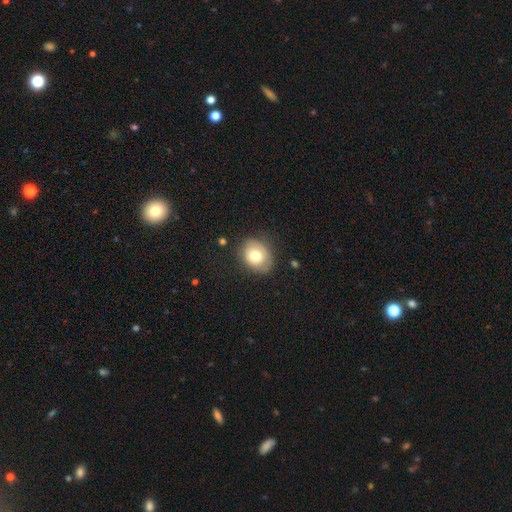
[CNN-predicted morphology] type=smooth (71%); roundness=round (55%); merging=none (75%).